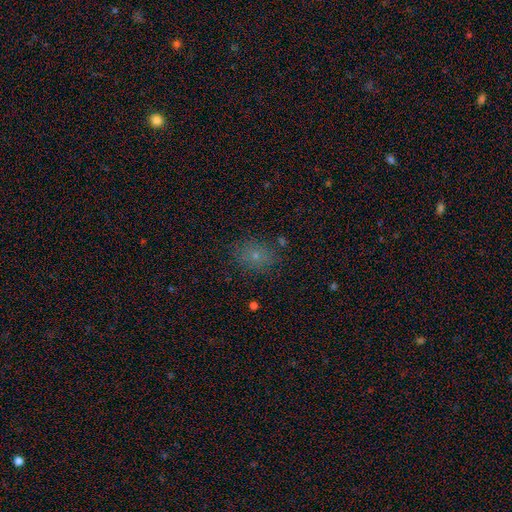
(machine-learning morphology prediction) Q: Smooth or featured?
A: smooth (68%); runner-up: star or artifact (20%)
Q: How rounded?
A: round (53%); runner-up: in between (46%)
Q: Merging?
A: none (81%); runner-up: minor disturbance (13%)